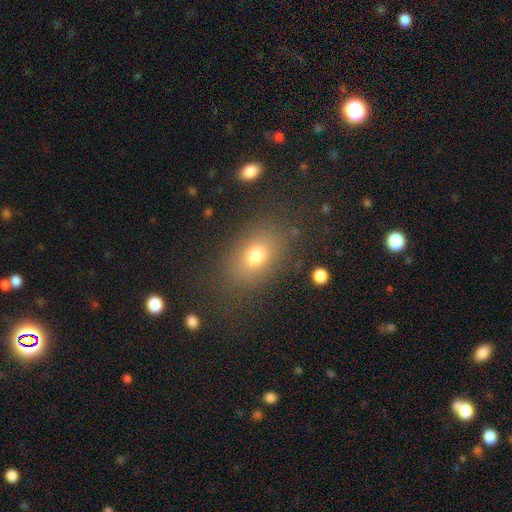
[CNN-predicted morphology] A smooth galaxy with no disk features (74%) that is in between round and cigar-shaped (77%). Merging: none (80%).